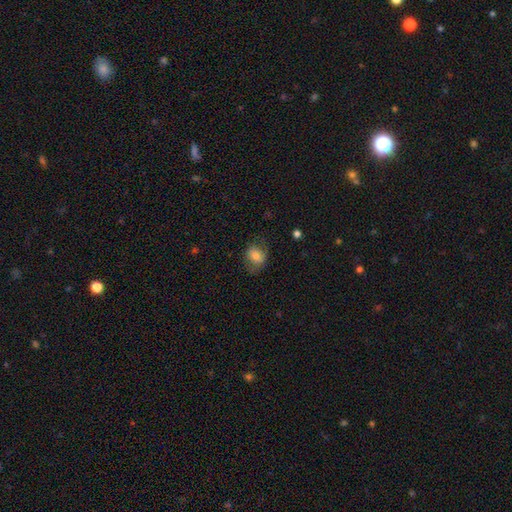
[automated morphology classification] smooth_or_featured: smooth (p=0.73) [alt: featured or disk p=0.19]
how_rounded: in between (p=0.57) [alt: round p=0.42]
merging: none (p=0.69) [alt: minor disturbance p=0.21]